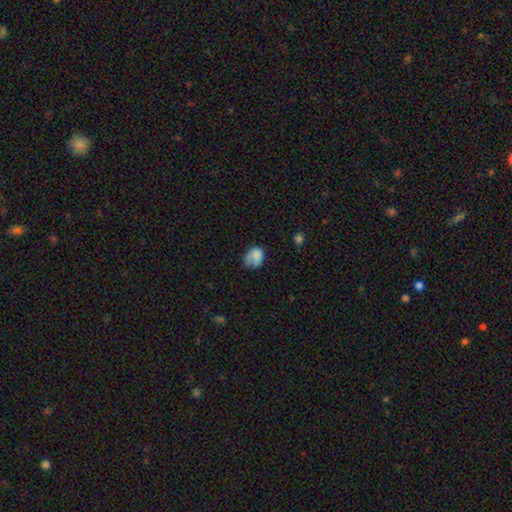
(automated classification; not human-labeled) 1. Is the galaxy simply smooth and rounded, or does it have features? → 79% smooth, 12% featured or disk, 9% star or artifact.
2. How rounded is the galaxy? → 55% in between, 44% round, 1% cigar-shaped.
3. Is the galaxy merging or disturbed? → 41% none, 37% minor disturbance, 19% major disturbance, 3% merger.